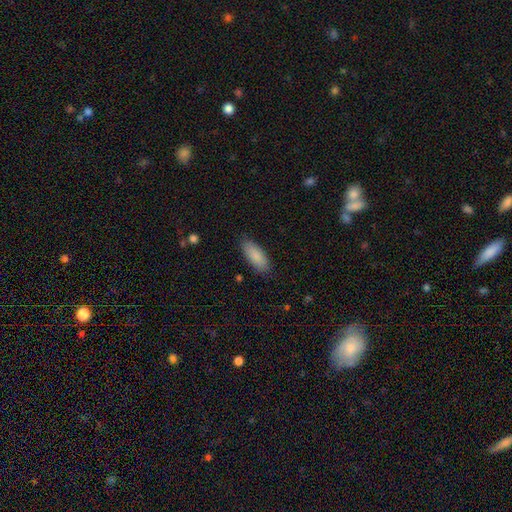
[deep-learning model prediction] smooth 88%, star or artifact 6%, featured or disk 6%. Down the decision tree: how rounded — in between (73%); merging — none (86%).